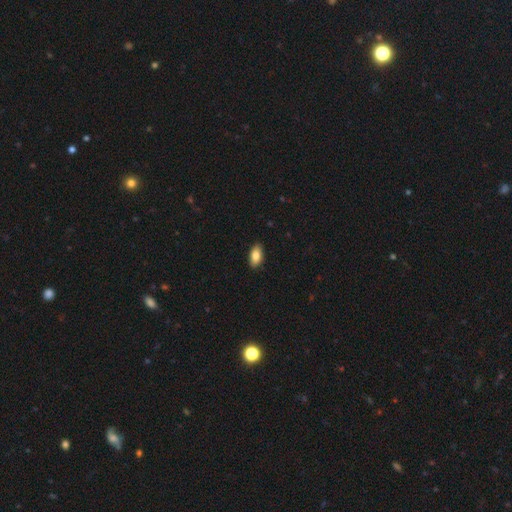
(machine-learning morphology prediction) This is clearly a smooth galaxy (84%). How rounded: clearly in between (93%). Merging: clearly none (89%).